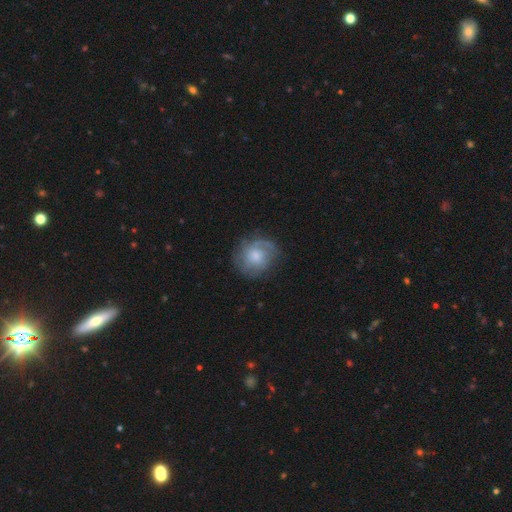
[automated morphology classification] Smooth or featured: smooth — 51% (featured or disk — 41%)
How rounded: round — 79% (in between — 20%)
Merging: none — 67% (minor disturbance — 21%)